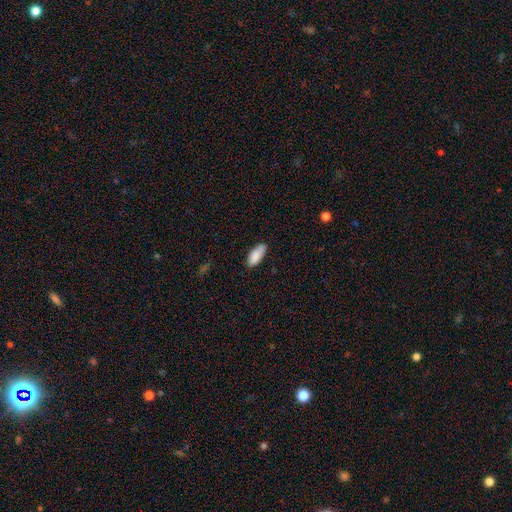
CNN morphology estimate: Smooth or featured: smooth — 87% (featured or disk — 7%)
How rounded: in between — 83% (cigar-shaped — 16%)
Merging: none — 75% (minor disturbance — 20%)